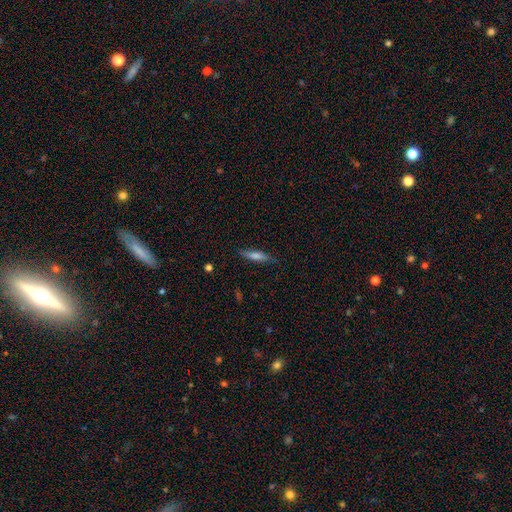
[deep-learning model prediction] Smooth or featured: smooth — 60% (featured or disk — 32%)
How rounded: cigar-shaped — 77% (in between — 21%)
Merging: none — 81% (minor disturbance — 15%)